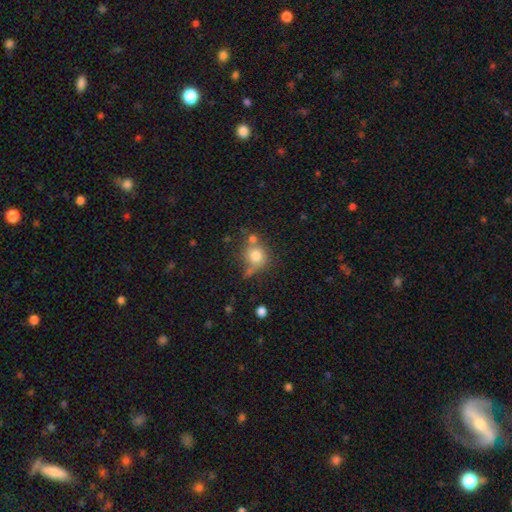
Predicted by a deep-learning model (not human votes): Q: Smooth or featured?
A: smooth (76%); runner-up: featured or disk (13%)
Q: How rounded?
A: round (84%); runner-up: in between (15%)
Q: Merging?
A: none (51%); runner-up: merger (24%)